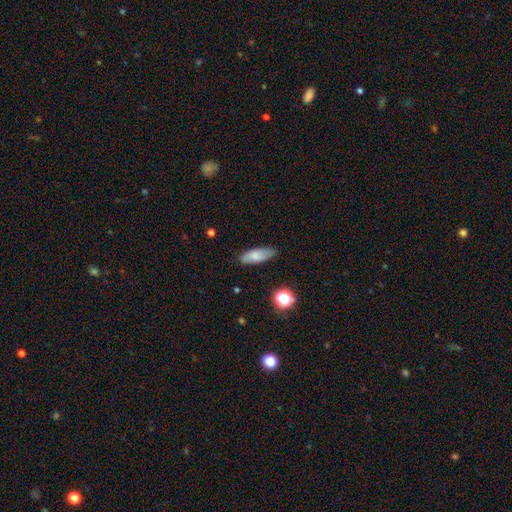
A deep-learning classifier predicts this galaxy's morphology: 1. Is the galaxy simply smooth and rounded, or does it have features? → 78% smooth, 14% featured or disk, 8% star or artifact.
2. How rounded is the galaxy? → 69% in between, 29% cigar-shaped, 3% round.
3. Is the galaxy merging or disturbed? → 80% none, 15% minor disturbance, 3% major disturbance, 2% merger.